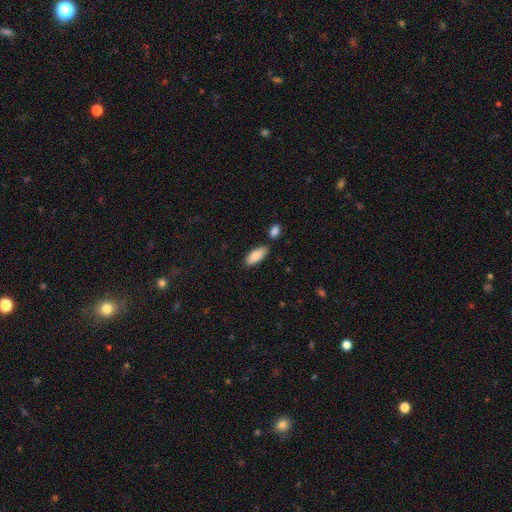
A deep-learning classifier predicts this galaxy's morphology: This appears to be a smooth galaxy with no disk features (88%) that is in between round and cigar-shaped (84%). Merging: none (76%).